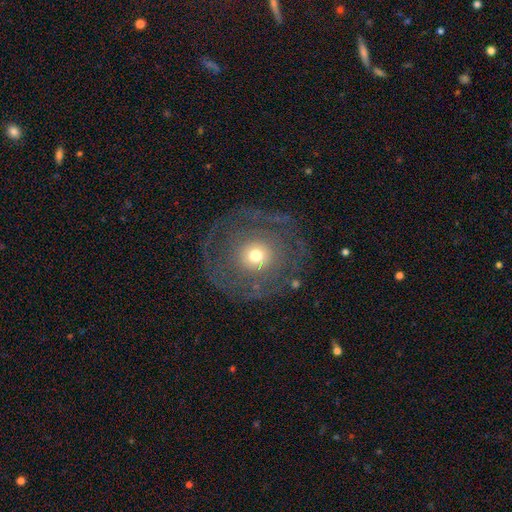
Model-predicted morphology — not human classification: A featured or disk galaxy (55%) with no bar (87%), no spiral arms (59%) and a moderate central bulge (54%).

Vote fractions:
- Smooth or featured? featured or disk: 55% / smooth: 33% / star or artifact: 11%
- Edge-on disk? no: 95% / yes: 5%
- Bar? no: 87% / weak: 9% / strong: 4%
- Spiral arms? no: 59% / yes: 41%
- Bulge size? moderate: 54% / small: 38% / large: 6% / dominant: 1% / none: 1%
- Merging? none: 78% / minor disturbance: 12% / major disturbance: 8% / merger: 1%